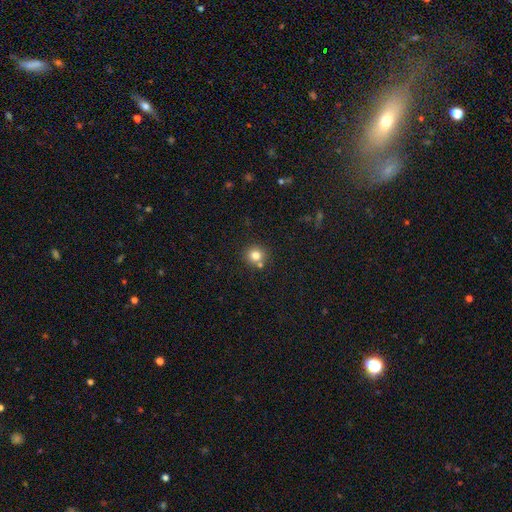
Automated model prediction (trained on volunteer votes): The model was most divided on "merging": none: 74%, merger: 15%, minor disturbance: 8%, major disturbance: 2%. More confident: how rounded — round (91%); smooth or featured — smooth (81%).